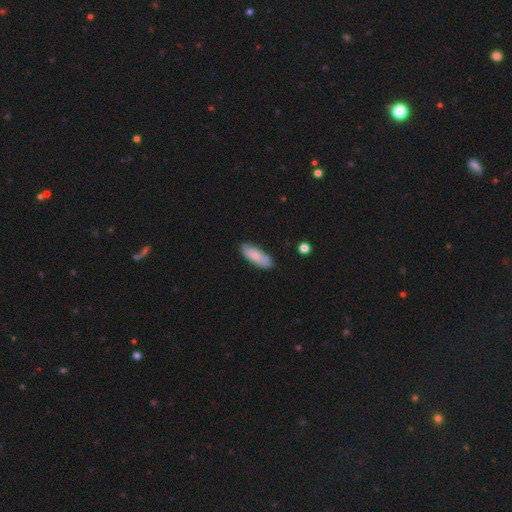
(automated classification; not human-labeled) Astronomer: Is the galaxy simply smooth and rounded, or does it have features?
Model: smooth — 77%.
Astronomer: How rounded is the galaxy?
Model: in between — 69%.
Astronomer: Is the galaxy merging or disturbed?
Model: none — 77%.